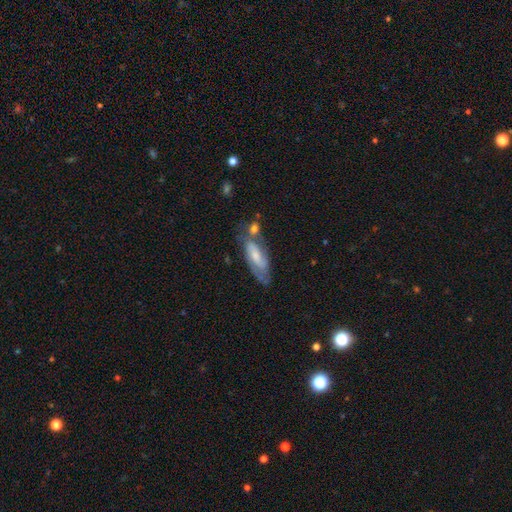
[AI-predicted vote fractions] Overall: featured or disk (59%; smooth 34%). Edge-on disk: no (84%). Merging: none (48%; minor disturbance 23%).